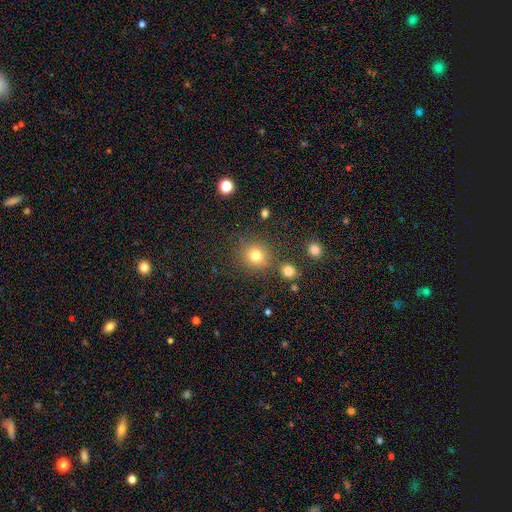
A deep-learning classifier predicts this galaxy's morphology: Smooth or featured? smooth (78%)
How rounded? round (89%)
Merging? none (79%)